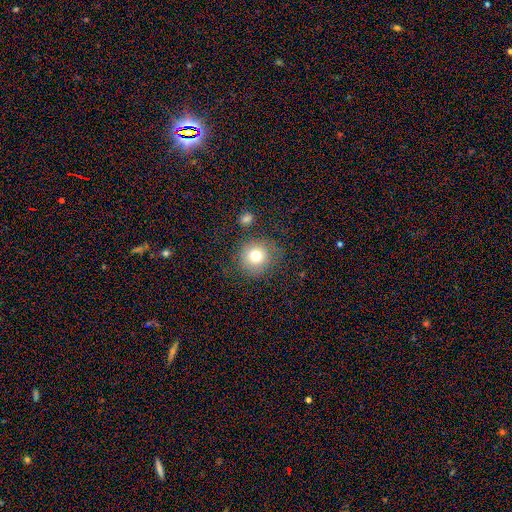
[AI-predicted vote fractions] Morphology: type=smooth (75%); roundness=round (89%); merging=none (76%).